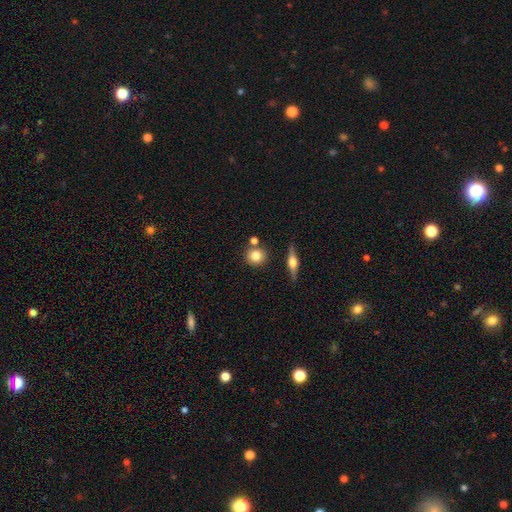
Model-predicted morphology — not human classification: Smooth or featured?
  - smooth: 77% *
  - featured or disk: 14%
  - star or artifact: 9%
How rounded?
  - round: 86% *
  - in between: 12%
  - cigar-shaped: 2%
Merging?
  - none: 75% *
  - merger: 13%
  - minor disturbance: 9%
  - major disturbance: 3%